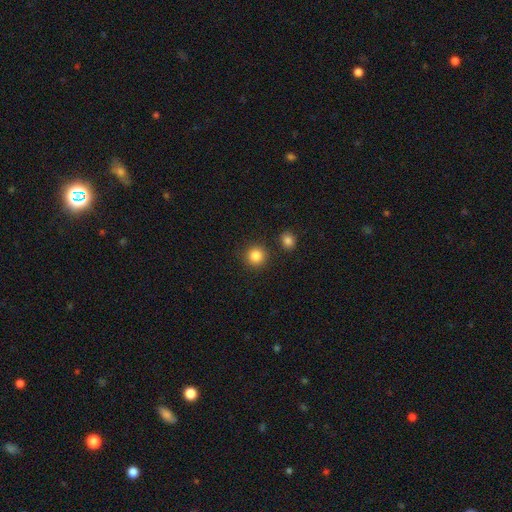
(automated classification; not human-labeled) Smooth or featured?
  - smooth: 85% *
  - star or artifact: 11%
  - featured or disk: 4%
How rounded?
  - round: 94% *
  - in between: 5%
  - cigar-shaped: 1%
Merging?
  - none: 88% *
  - minor disturbance: 6%
  - merger: 4%
  - major disturbance: 2%